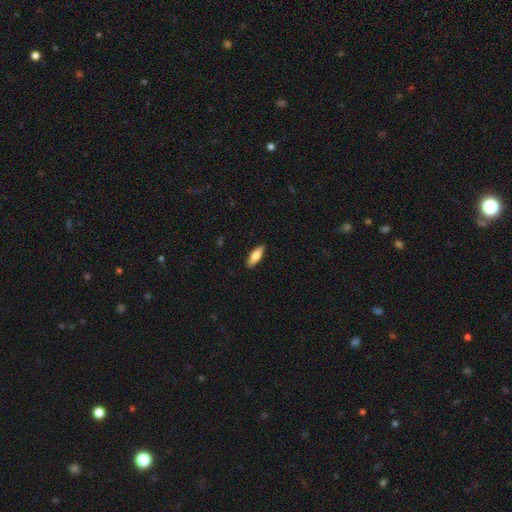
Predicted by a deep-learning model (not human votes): Morphology: type=smooth (75%); roundness=in between (55%); merging=none (89%).